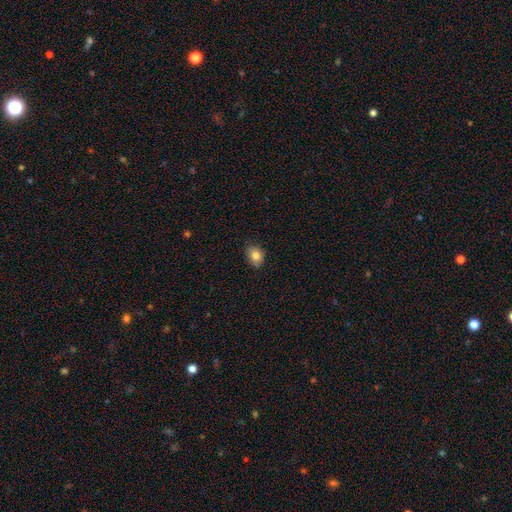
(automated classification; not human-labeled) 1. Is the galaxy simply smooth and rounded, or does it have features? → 83% smooth, 9% star or artifact, 8% featured or disk.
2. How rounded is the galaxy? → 65% in between, 34% round, 1% cigar-shaped.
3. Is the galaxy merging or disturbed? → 80% none, 16% minor disturbance, 2% major disturbance, 1% merger.